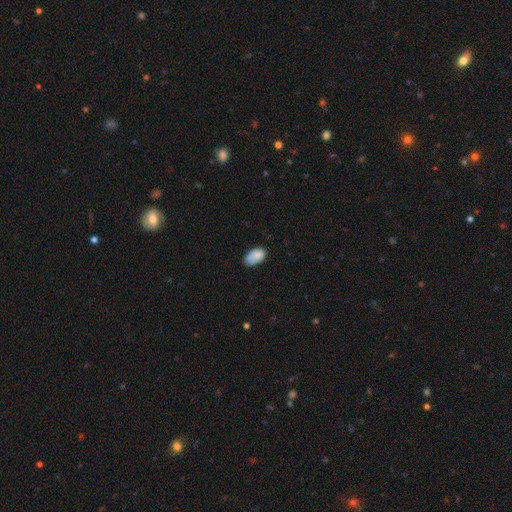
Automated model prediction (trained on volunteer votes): This is clearly a smooth galaxy (84%). How rounded: clearly in between (93%). Merging: likely none (65%).